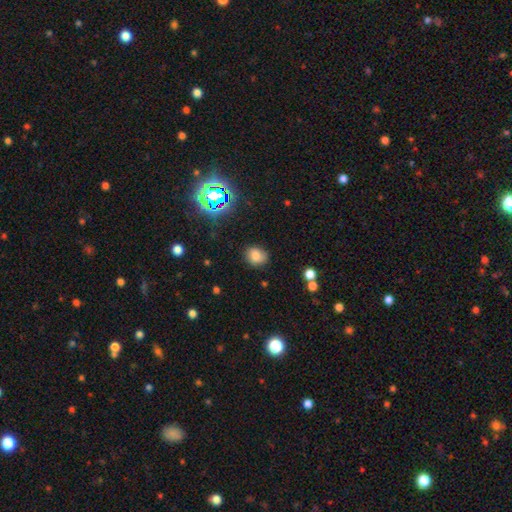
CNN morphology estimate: A smooth galaxy with no disk features (77%) that is round (59%). Merging: none (80%).